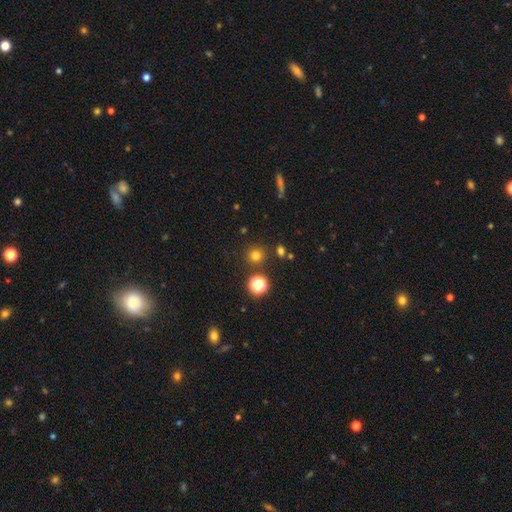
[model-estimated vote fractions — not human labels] The model was most divided on "smooth or featured": smooth: 74%, star or artifact: 20%, featured or disk: 6%. More confident: how rounded — round (93%); merging — none (85%).